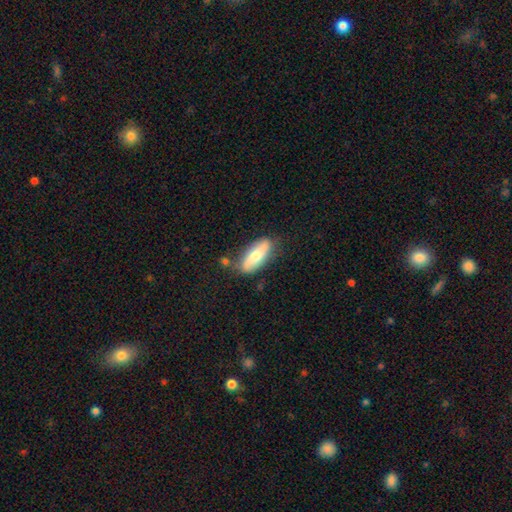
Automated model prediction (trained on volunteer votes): Q: Smooth or featured?
A: smooth (63%); runner-up: featured or disk (32%)
Q: How rounded?
A: in between (69%); runner-up: cigar-shaped (29%)
Q: Merging?
A: none (73%); runner-up: minor disturbance (18%)